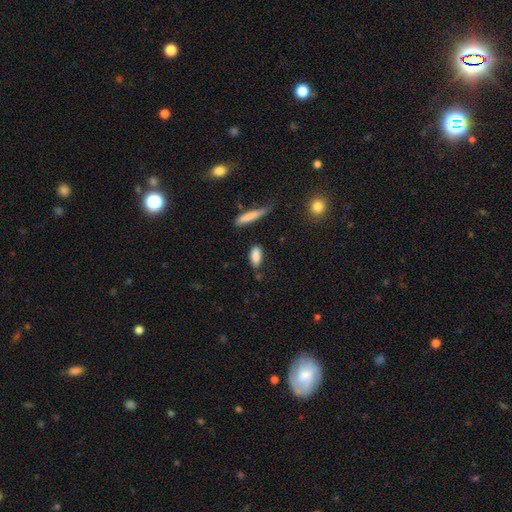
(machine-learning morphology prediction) smooth-or-featured: smooth: 85% | featured or disk: 7% | star or artifact: 7%
  how-rounded: in between: 75% | cigar-shaped: 22% | round: 3%
  merging: none: 75% | minor disturbance: 16% | merger: 5% | major disturbance: 4%